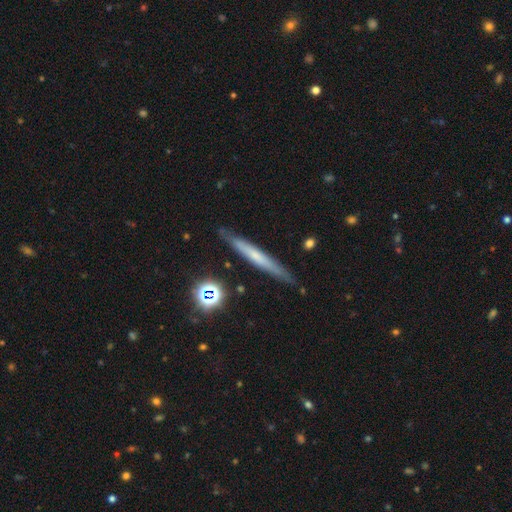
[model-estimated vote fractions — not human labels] Overall: featured or disk (47%; smooth 44%). Merging: none (86%).